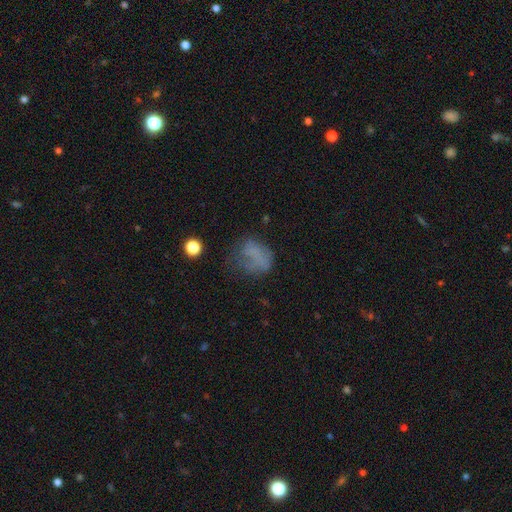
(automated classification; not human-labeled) This is possibly a smooth galaxy (57%). How rounded: possibly in between (54%). Merging: marginally none (38%).